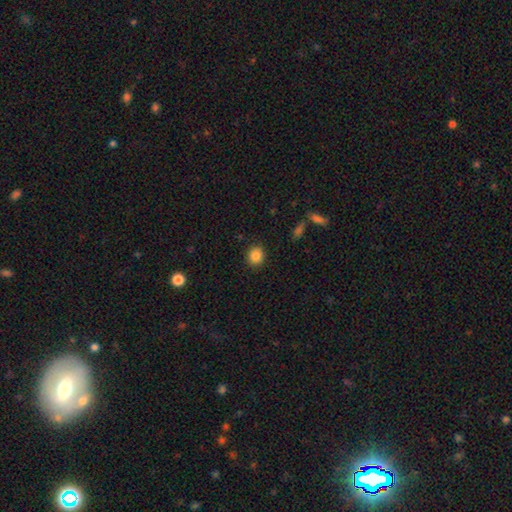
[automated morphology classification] Overall: smooth (86%). How rounded: round (75%). Merging: none (89%).